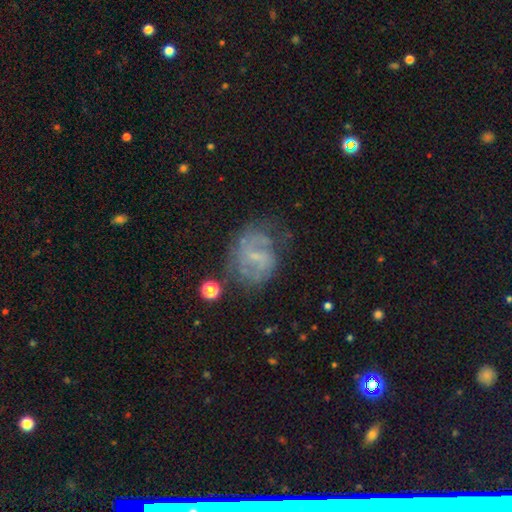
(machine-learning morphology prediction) featured or disk 66%, smooth 23%, star or artifact 11%. Down the decision tree: edge-on disk — no (97%); bar — weak (50%); spiral arms — yes (73%); bulge size — small (58%); merging — none (53%).